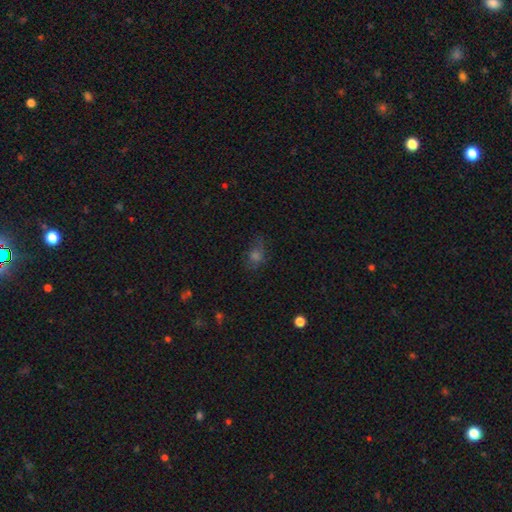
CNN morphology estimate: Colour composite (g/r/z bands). It shows a smooth galaxy with no disk features (54%) that is round (49%). Merging: none (67%).